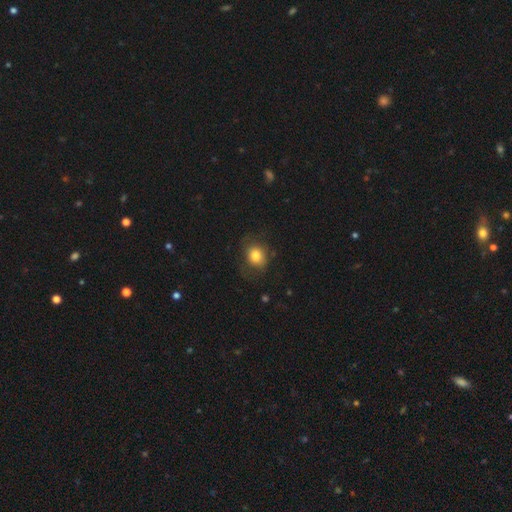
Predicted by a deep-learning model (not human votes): This appears to be a smooth galaxy with no disk features (80%) that is round (64%). Merging: none (67%).